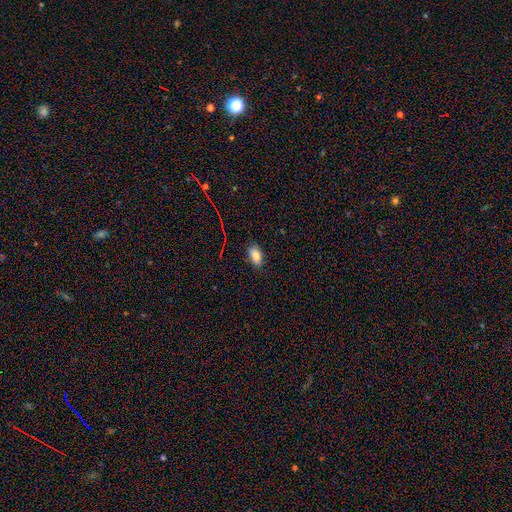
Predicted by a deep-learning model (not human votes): A smooth galaxy with no disk features (83%) that is in between round and cigar-shaped (92%). Merging: none (84%).